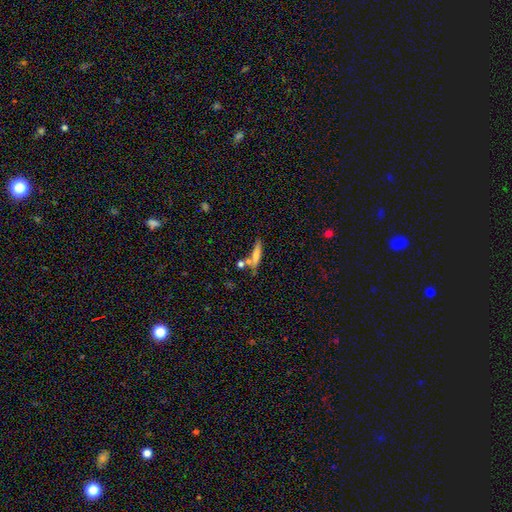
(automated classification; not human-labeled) The model was most divided on "merging": none: 58%, merger: 20%, minor disturbance: 16%, major disturbance: 6%. More confident: how rounded — cigar-shaped (79%); smooth or featured — smooth (69%).